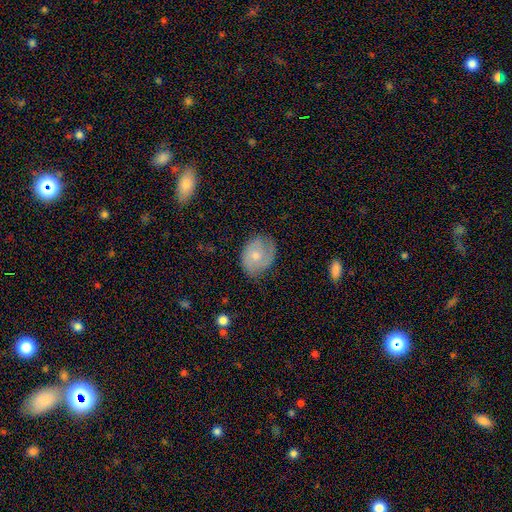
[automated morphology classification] Smooth or featured: smooth — 55% (featured or disk — 38%)
How rounded: in between — 54% (round — 45%)
Merging: none — 63% (minor disturbance — 27%)